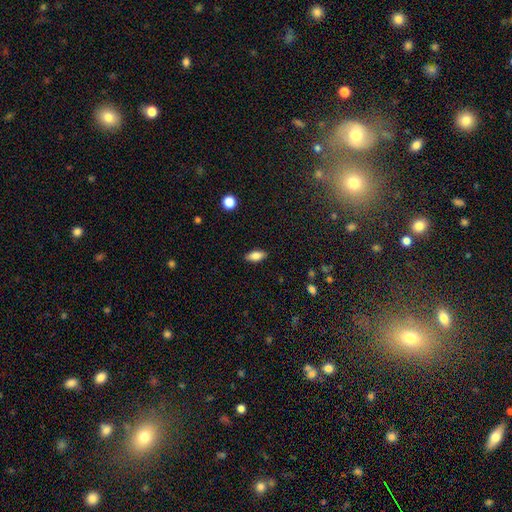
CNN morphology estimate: smooth 83%, featured or disk 9%, star or artifact 8%. Down the decision tree: how rounded — in between (87%); merging — none (88%).